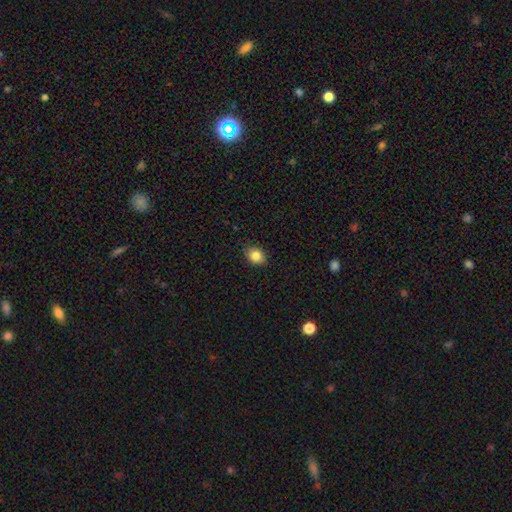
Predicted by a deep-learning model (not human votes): Smooth or featured? Predicted: smooth (p=0.86). How rounded? Predicted: in between (p=0.53). Merging? Predicted: none (p=0.88).